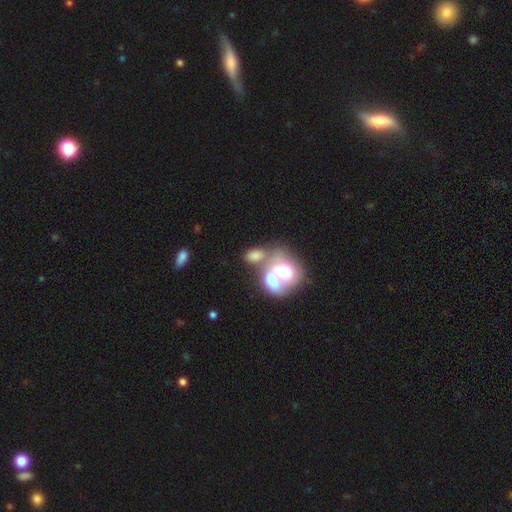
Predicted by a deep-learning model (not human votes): Smooth or featured? Predicted: smooth (p=0.63). How rounded? Predicted: in between (p=0.70). Merging? Predicted: merger (p=0.54).